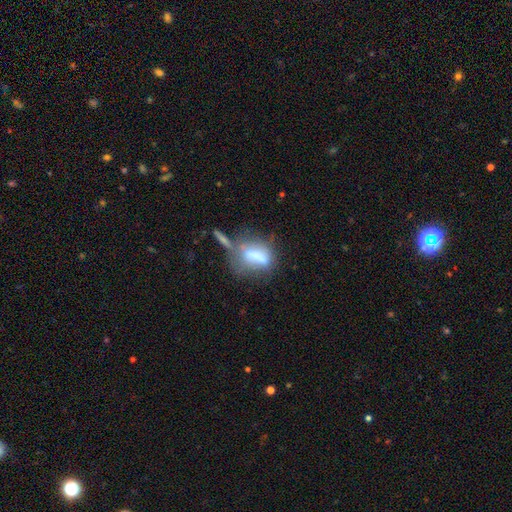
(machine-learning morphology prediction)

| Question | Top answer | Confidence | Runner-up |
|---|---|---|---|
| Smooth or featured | smooth | 60% | featured or disk (29%) |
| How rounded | in between | 69% | cigar-shaped (15%) |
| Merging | merger | 32% | major disturbance (26%) |